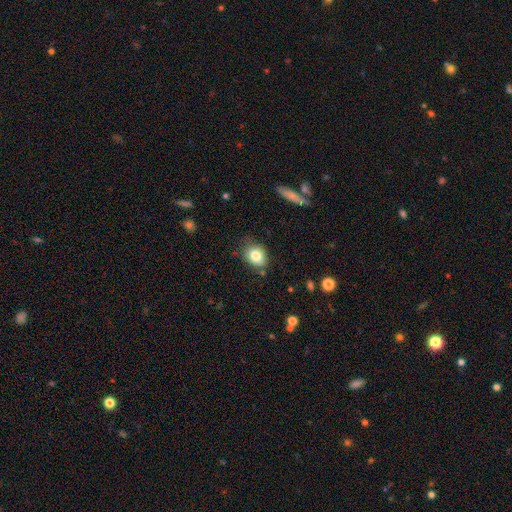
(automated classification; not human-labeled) A smooth galaxy with no disk features (83%) that is in between round and cigar-shaped (52%). Merging: none (74%).